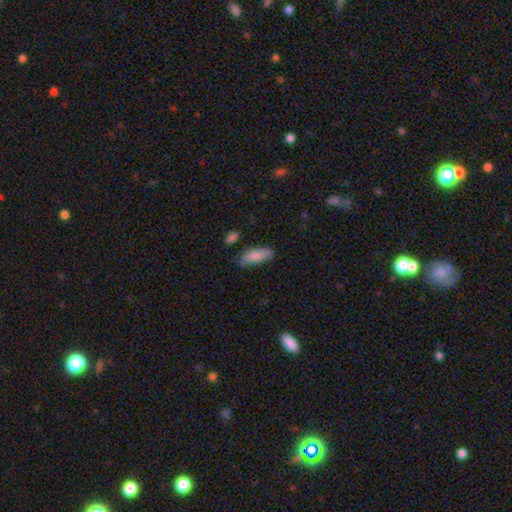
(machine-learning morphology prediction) Smooth or featured? Predicted: smooth (p=0.85). How rounded? Predicted: in between (p=0.73). Merging? Predicted: none (p=0.66).